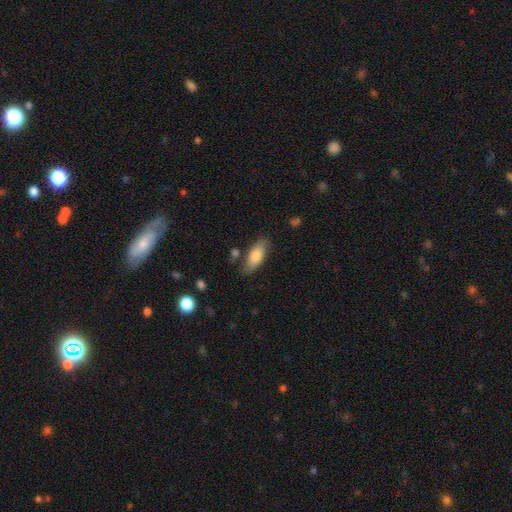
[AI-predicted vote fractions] Smooth or featured: smooth — 77% (featured or disk — 17%)
How rounded: in between — 80% (cigar-shaped — 17%)
Merging: none — 76% (minor disturbance — 16%)